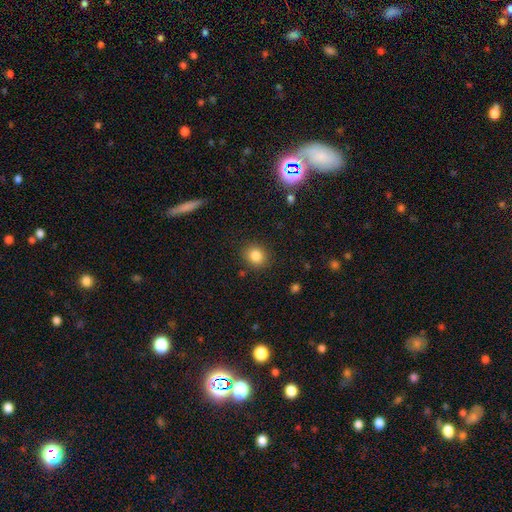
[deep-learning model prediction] smooth_or_featured: smooth (p=0.84) [alt: star or artifact p=0.11]
how_rounded: round (p=0.70) [alt: in between p=0.29]
merging: none (p=0.87) [alt: minor disturbance p=0.09]